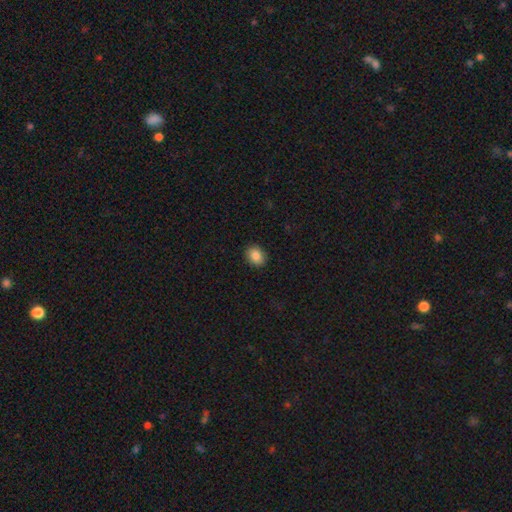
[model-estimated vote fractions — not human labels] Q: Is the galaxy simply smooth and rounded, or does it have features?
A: smooth — 86%.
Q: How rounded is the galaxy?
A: in between — 56%.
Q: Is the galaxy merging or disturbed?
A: none — 90%.